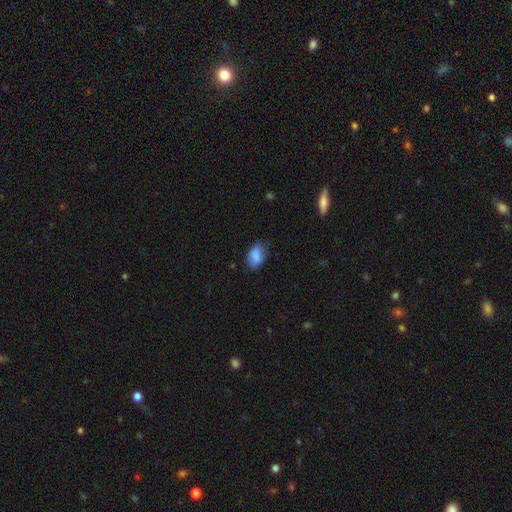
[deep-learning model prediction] Smooth or featured? Predicted: smooth (p=0.82). How rounded? Predicted: in between (p=0.88). Merging? Predicted: none (p=0.61).